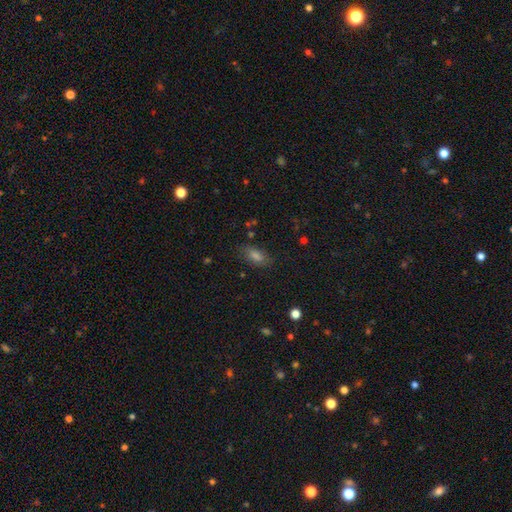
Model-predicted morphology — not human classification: Overall: smooth (70%). How rounded: in between (81%). Merging: none (81%).